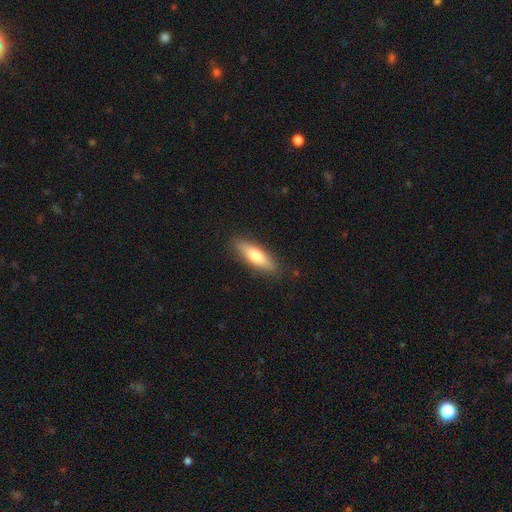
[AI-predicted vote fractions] smooth_or_featured: smooth (p=0.67) [alt: featured or disk p=0.27]
how_rounded: cigar-shaped (p=0.57) [alt: in between p=0.41]
merging: none (p=0.88) [alt: minor disturbance p=0.09]